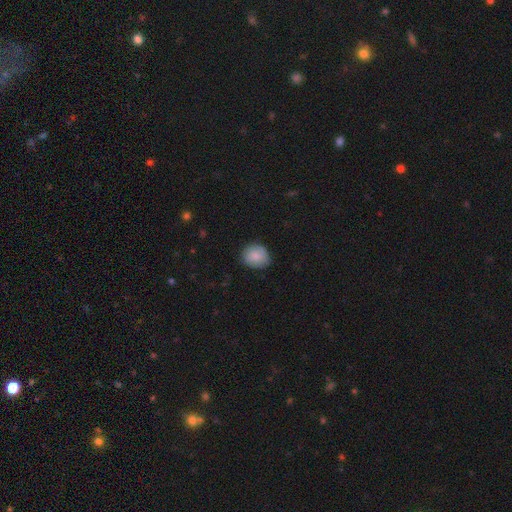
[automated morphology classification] A smooth galaxy with no disk features (80%) that is round (75%).

Vote fractions:
- Smooth or featured? smooth: 80% / featured or disk: 13% / star or artifact: 7%
- How rounded? round: 75% / in between: 24% / cigar-shaped: 1%
- Merging? none: 79% / minor disturbance: 17% / major disturbance: 3% / merger: 1%